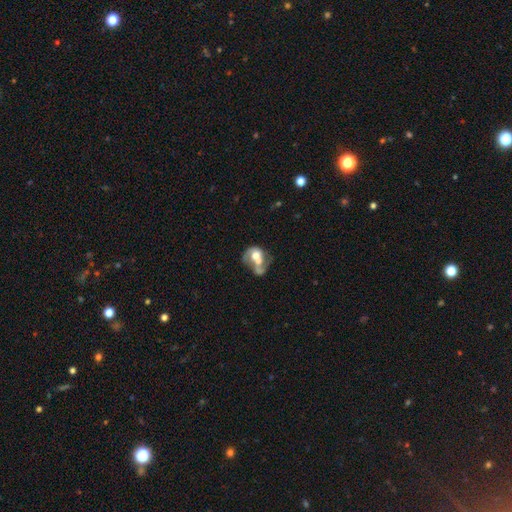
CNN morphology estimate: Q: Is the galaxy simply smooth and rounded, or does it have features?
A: featured or disk — 51%.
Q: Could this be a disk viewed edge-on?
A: no — 97%.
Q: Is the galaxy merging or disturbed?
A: merger — 54%.